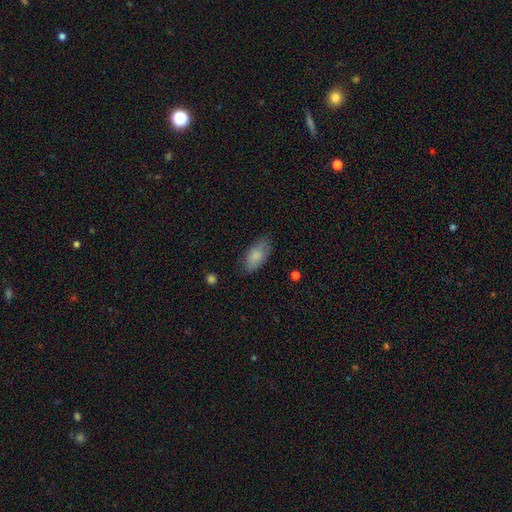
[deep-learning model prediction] Overall: smooth (82%). How rounded: in between (90%). Merging: none (78%).